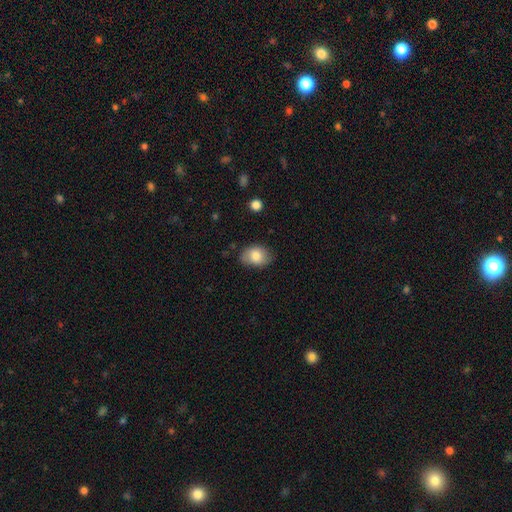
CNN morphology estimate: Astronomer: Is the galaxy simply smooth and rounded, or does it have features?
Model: smooth — 81%.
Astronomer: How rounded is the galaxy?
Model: in between — 73%.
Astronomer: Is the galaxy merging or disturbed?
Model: none — 73%.